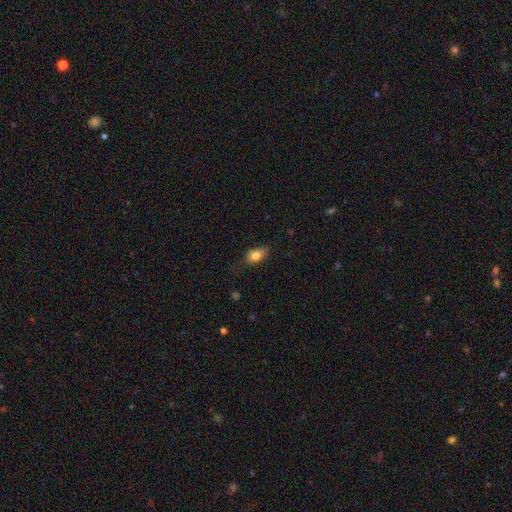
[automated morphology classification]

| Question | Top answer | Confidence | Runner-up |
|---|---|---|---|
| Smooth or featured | smooth | 80% | featured or disk (11%) |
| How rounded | in between | 74% | round (21%) |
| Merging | none | 67% | minor disturbance (24%) |